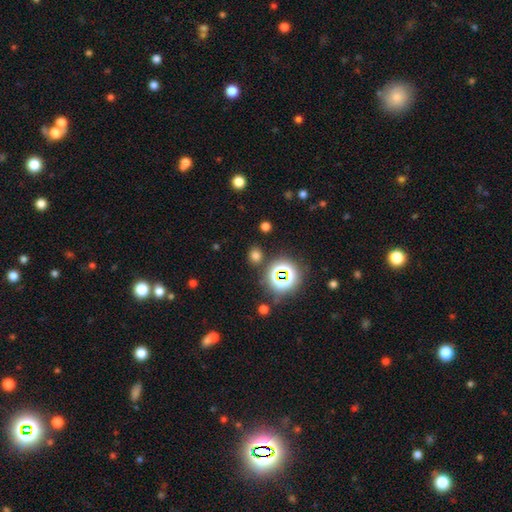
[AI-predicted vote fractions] The model was most divided on "how rounded": round: 66%, in between: 32%, cigar-shaped: 1%. More confident: merging — none (84%); smooth or featured — smooth (64%).